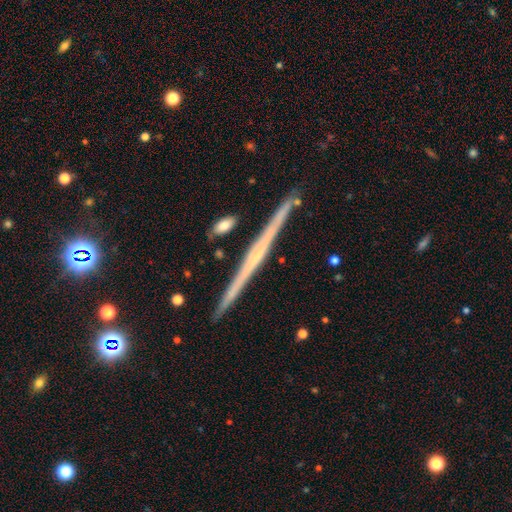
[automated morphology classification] featured or disk 73%, smooth 20%, star or artifact 7%. Down the decision tree: edge-on disk — yes (98%); edge-on bulge — none (72%); merging — none (91%).